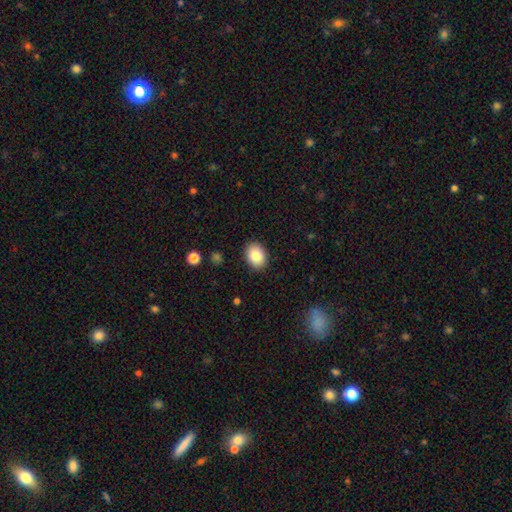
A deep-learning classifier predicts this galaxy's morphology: Smooth or featured? smooth (84%)
How rounded? in between (62%)
Merging? none (89%)